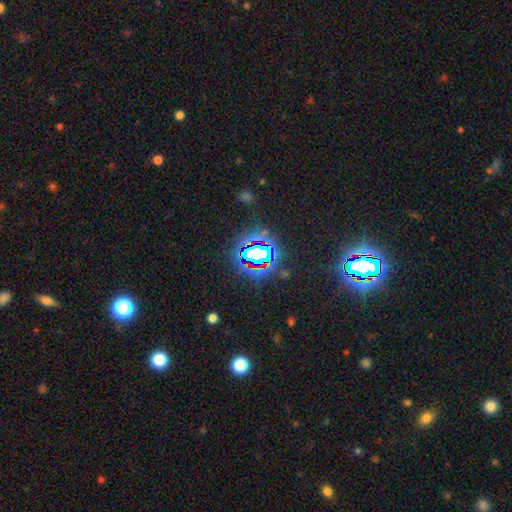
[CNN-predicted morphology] smooth-or-featured: star or artifact: 71% | smooth: 16% | featured or disk: 13%